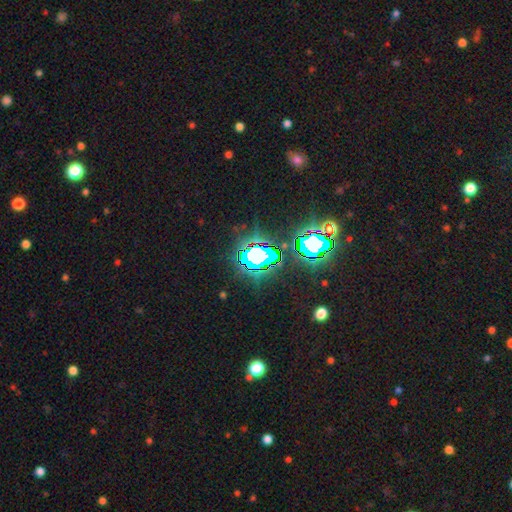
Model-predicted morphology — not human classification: Q: Smooth or featured?
A: star or artifact (71%); runner-up: smooth (16%)